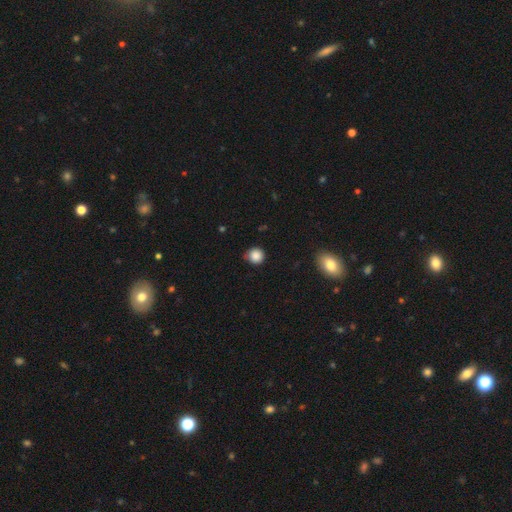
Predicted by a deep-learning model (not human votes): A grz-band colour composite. It shows a smooth galaxy with no disk features (87%) that is round (92%). Merging: none (74%).